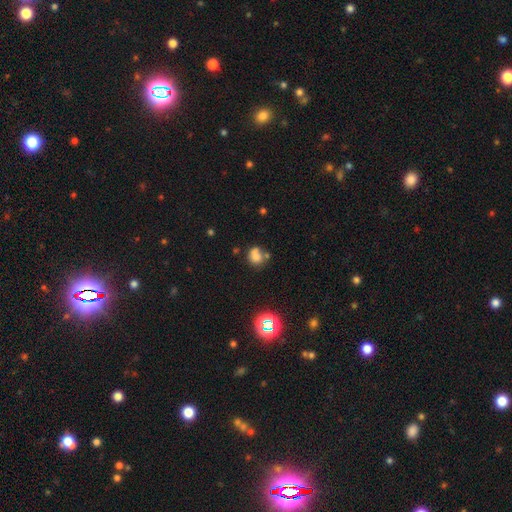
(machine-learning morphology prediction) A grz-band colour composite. It shows a smooth galaxy with no disk features (68%) that is round (65%). Merging: none (41%).